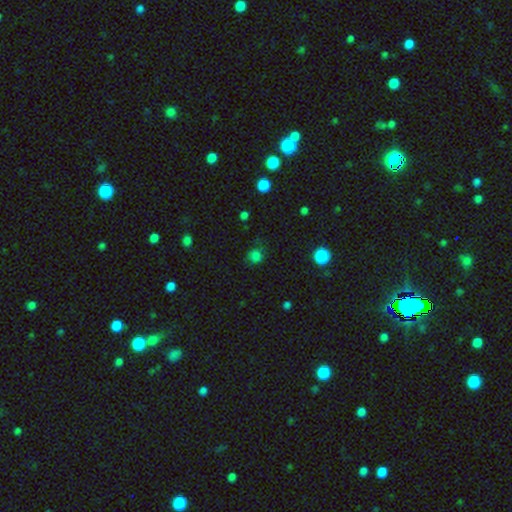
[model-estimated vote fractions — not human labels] A smooth galaxy with no disk features (75%) that is round (85%).

Vote fractions:
- Smooth or featured? smooth: 75% / star or artifact: 20% / featured or disk: 6%
- How rounded? round: 85% / in between: 14% / cigar-shaped: 1%
- Merging? none: 70% / minor disturbance: 20% / major disturbance: 8% / merger: 2%